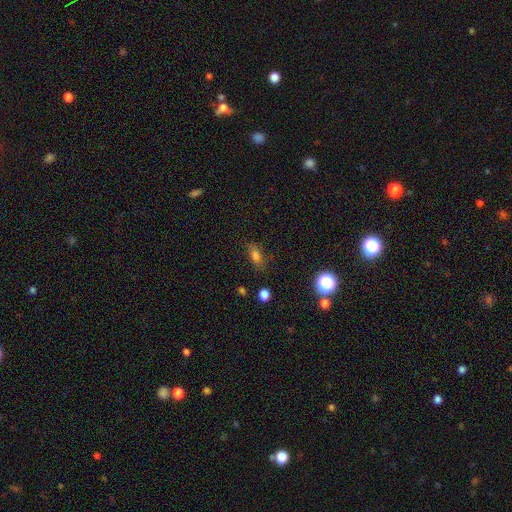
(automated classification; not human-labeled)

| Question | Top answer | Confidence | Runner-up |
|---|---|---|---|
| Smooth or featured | smooth | 73% | star or artifact (16%) |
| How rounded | in between | 77% | round (12%) |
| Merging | none | 73% | minor disturbance (18%) |